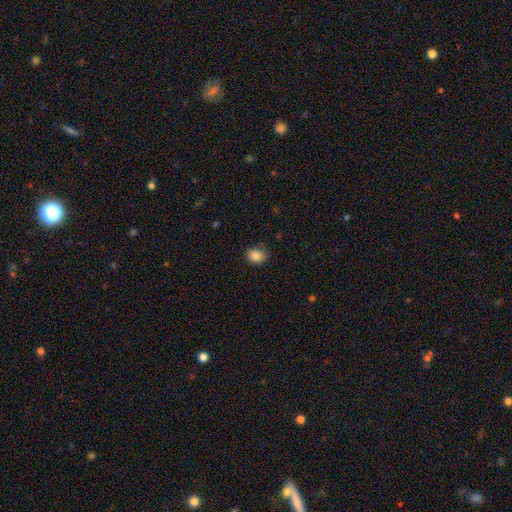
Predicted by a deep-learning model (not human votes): smooth-or-featured: smooth: 86% | star or artifact: 10% | featured or disk: 4%
  how-rounded: round: 54% | in between: 45% | cigar-shaped: 1%
  merging: none: 79% | minor disturbance: 16% | major disturbance: 3% | merger: 1%